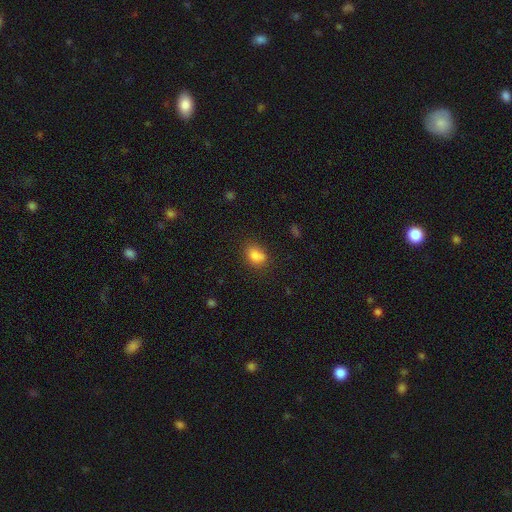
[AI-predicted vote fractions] Smooth or featured: smooth — 80% (star or artifact — 11%)
How rounded: in between — 66% (round — 32%)
Merging: none — 59% (minor disturbance — 22%)